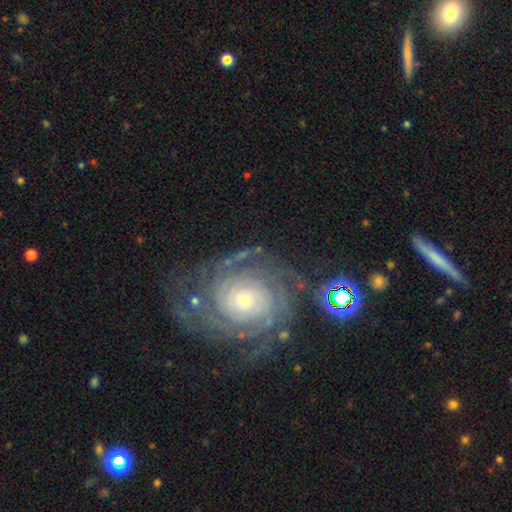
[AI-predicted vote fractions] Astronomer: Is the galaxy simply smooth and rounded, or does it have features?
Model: featured or disk — 87%.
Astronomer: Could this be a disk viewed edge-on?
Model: no — 97%.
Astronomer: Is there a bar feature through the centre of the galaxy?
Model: no — 76%.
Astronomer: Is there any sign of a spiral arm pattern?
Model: yes — 97%.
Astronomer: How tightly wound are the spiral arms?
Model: tight — 74%.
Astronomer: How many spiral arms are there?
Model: can't tell — 29% (runner-up: 3, 19%).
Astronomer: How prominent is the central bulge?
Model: small — 49% (runner-up: moderate, 41%).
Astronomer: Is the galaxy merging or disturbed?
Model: none — 72%.